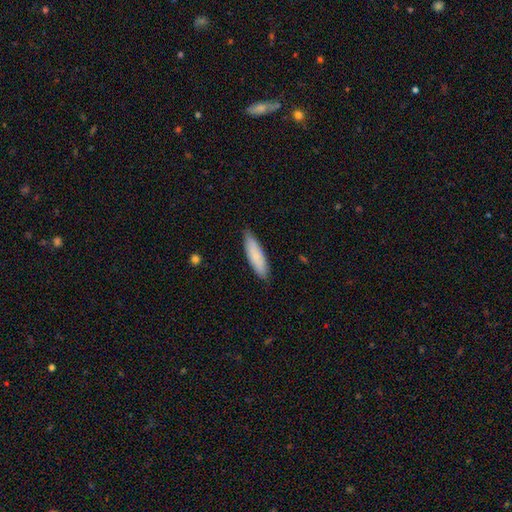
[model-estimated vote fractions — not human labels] The model was most divided on "how rounded": cigar-shaped: 64%, in between: 35%, round: 2%. More confident: merging — none (85%); smooth or featured — smooth (79%).